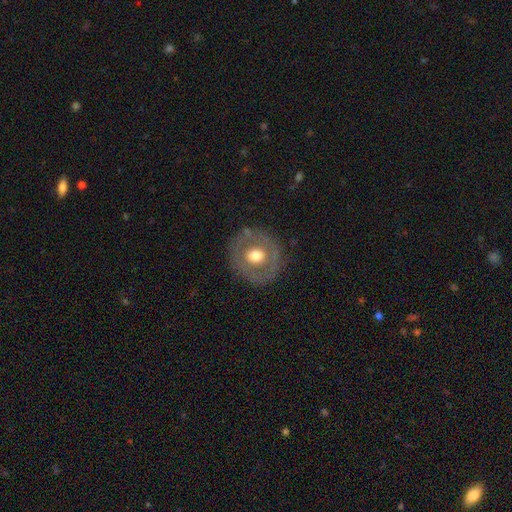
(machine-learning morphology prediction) Smooth or featured: smooth — 47% (featured or disk — 46%)
Merging: none — 81% (minor disturbance — 12%)